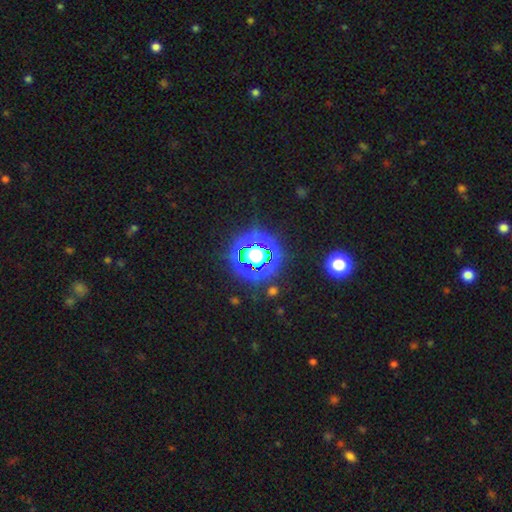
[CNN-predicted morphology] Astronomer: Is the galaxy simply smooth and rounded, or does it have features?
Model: star or artifact — 70%.